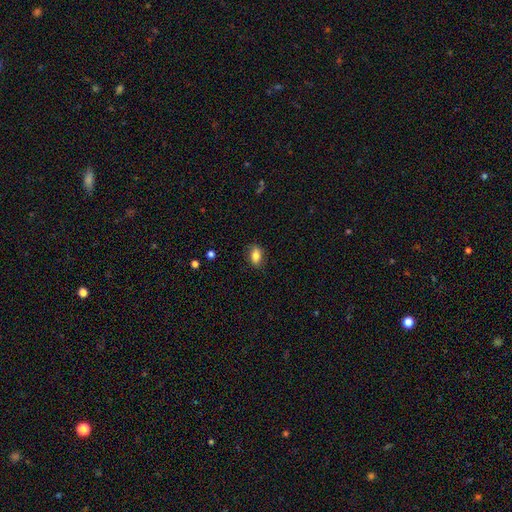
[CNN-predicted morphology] type=smooth (82%); roundness=in between (85%); merging=none (83%).